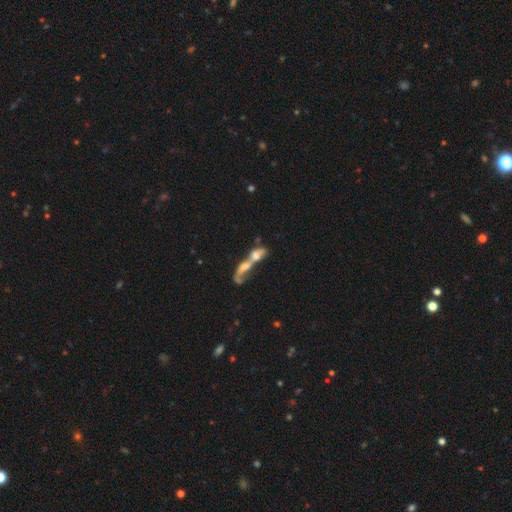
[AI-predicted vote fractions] Q: Smooth or featured?
A: featured or disk (47%); runner-up: smooth (42%)
Q: Merging?
A: merger (77%); runner-up: major disturbance (10%)